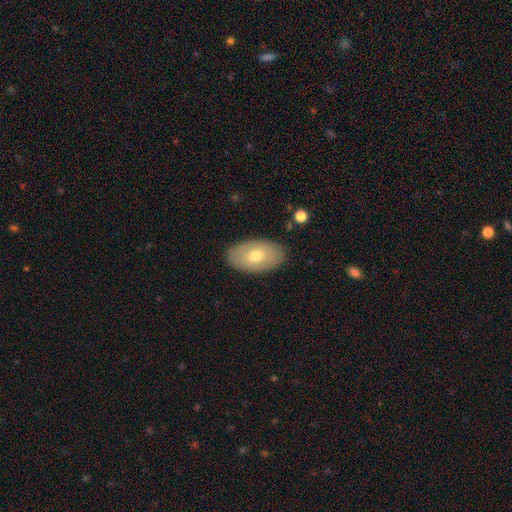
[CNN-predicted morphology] A smooth galaxy with no disk features (62%) that is in between round and cigar-shaped (94%). Merging: none (87%).